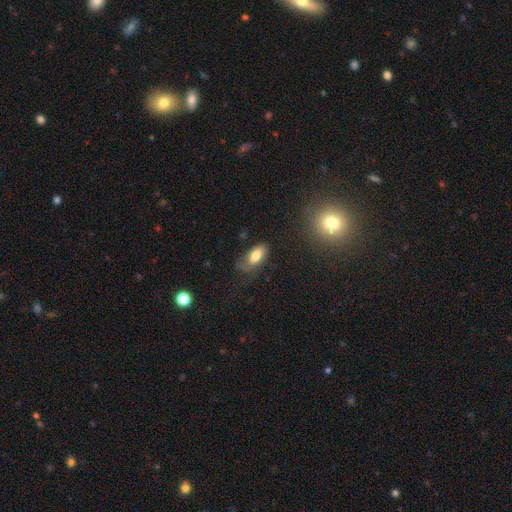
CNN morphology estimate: smooth-or-featured: smooth: 74% | featured or disk: 18% | star or artifact: 8%
  how-rounded: in between: 88% | cigar-shaped: 9% | round: 3%
  merging: none: 49% | minor disturbance: 30% | major disturbance: 19% | merger: 3%